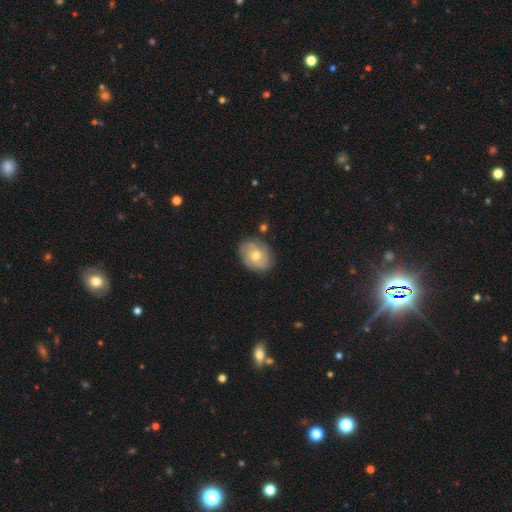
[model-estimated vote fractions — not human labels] The model was most divided on "smooth or featured": featured or disk: 48%, smooth: 45%, star or artifact: 7%. More confident: merging — none (77%).